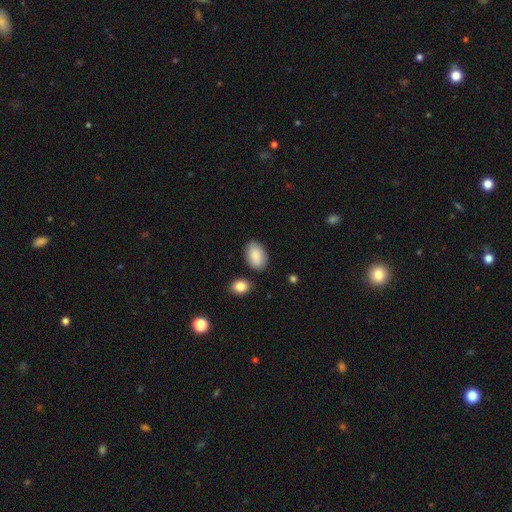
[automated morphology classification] Q: Smooth or featured?
A: smooth (86%); runner-up: featured or disk (8%)
Q: How rounded?
A: in between (92%); runner-up: round (7%)
Q: Merging?
A: none (79%); runner-up: minor disturbance (15%)